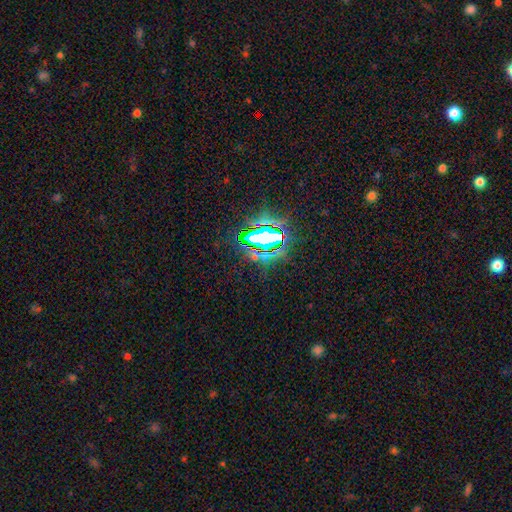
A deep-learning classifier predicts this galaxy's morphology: Smooth or featured?
  - star or artifact: 75% *
  - smooth: 14%
  - featured or disk: 11%